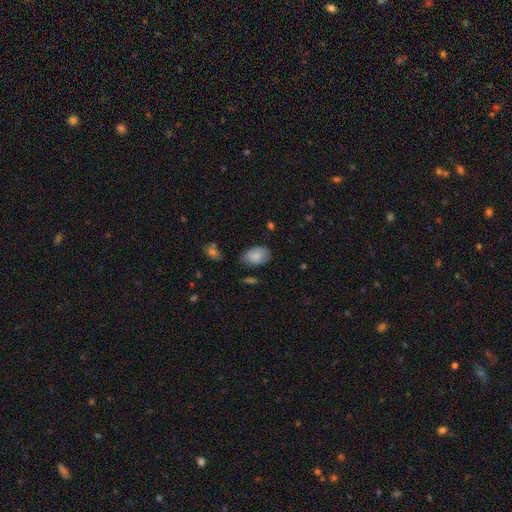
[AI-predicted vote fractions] Smooth or featured?
  - smooth: 83% *
  - featured or disk: 10%
  - star or artifact: 7%
How rounded?
  - in between: 88% *
  - round: 10%
  - cigar-shaped: 1%
Merging?
  - none: 67% *
  - minor disturbance: 25%
  - major disturbance: 5%
  - merger: 3%